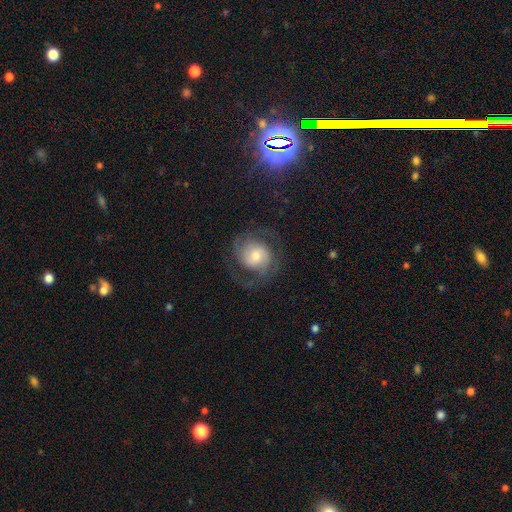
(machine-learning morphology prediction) Smooth or featured? Predicted: featured or disk (p=0.76). Edge-on disk? Predicted: no (p=0.98). Bar? Predicted: no (p=0.56). Spiral arms? Predicted: yes (p=0.94). Spiral winding? Predicted: medium (p=0.46). Spiral arm count? Predicted: 2 (p=0.73). Bulge size? Predicted: moderate (p=0.55). Merging? Predicted: none (p=0.70).